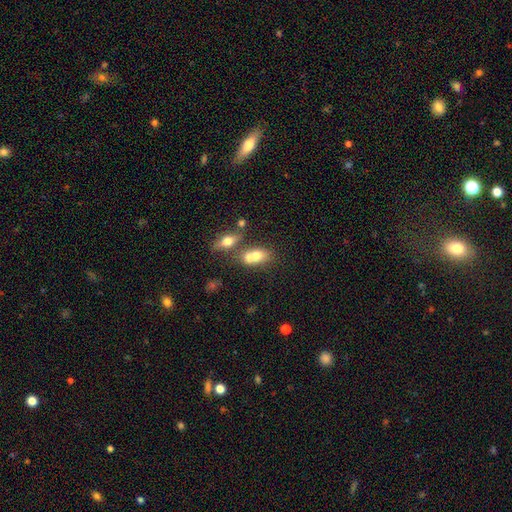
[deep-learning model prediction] Smooth or featured? smooth (70%)
How rounded? in between (76%)
Merging? merger (58%)